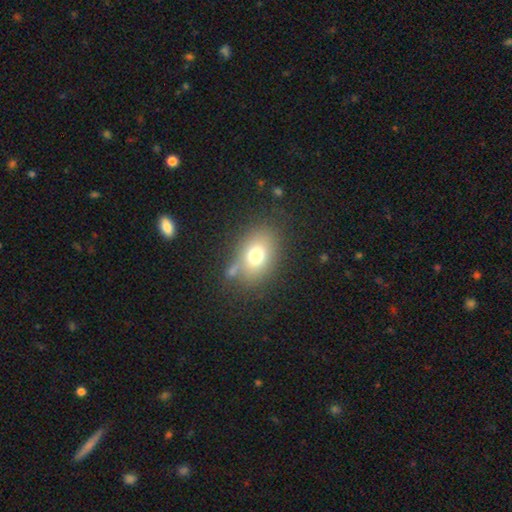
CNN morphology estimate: Overall: smooth (73%). How rounded: in between (71%). Merging: none (68%).